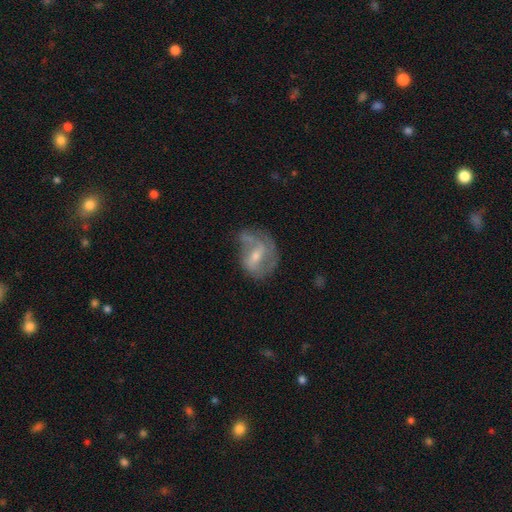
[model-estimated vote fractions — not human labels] Smooth or featured? Predicted: featured or disk (p=0.68). Edge-on disk? Predicted: no (p=0.96). Bar? Predicted: weak (p=0.49). Spiral arms? Predicted: yes (p=0.71). Bulge size? Predicted: small (p=0.48). Merging? Predicted: none (p=0.45).